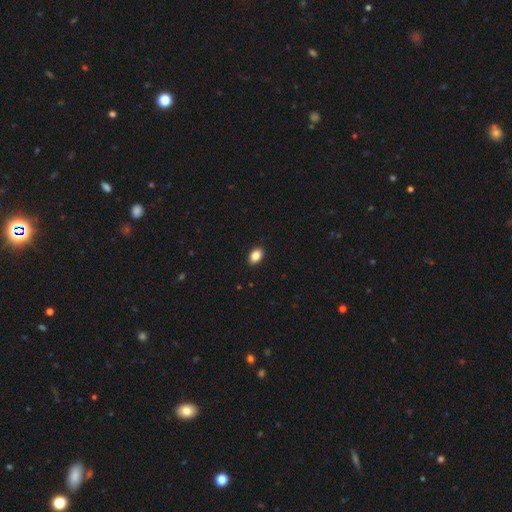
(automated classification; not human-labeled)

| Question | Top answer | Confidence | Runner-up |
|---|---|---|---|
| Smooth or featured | smooth | 86% | star or artifact (9%) |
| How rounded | in between | 86% | round (13%) |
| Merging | none | 90% | minor disturbance (7%) |